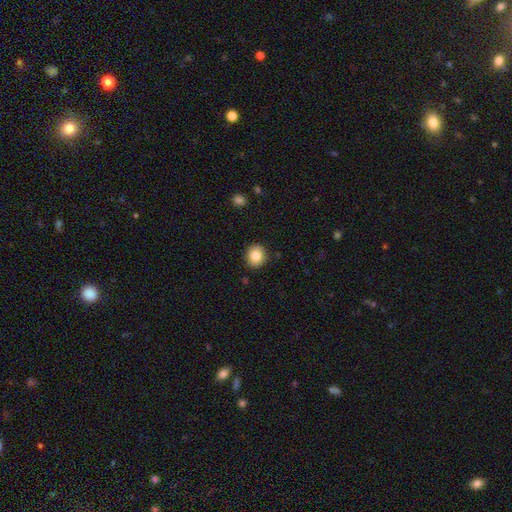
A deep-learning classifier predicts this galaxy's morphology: The model was most divided on "how rounded": round: 79%, in between: 21%, cigar-shaped: 1%. More confident: merging — none (89%); smooth or featured — smooth (84%).